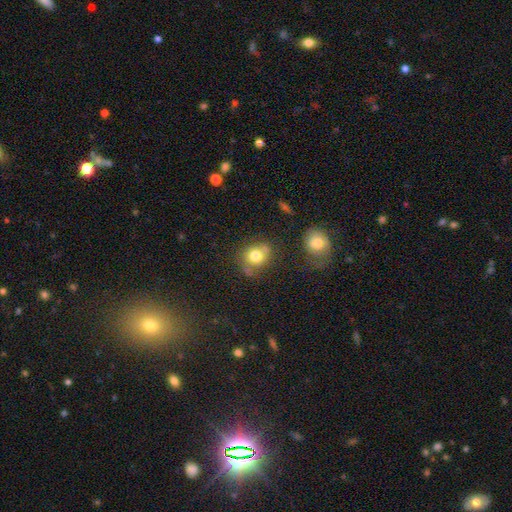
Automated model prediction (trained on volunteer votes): Smooth or featured: smooth — 76% (featured or disk — 13%)
How rounded: round — 68% (in between — 31%)
Merging: none — 59% (minor disturbance — 23%)